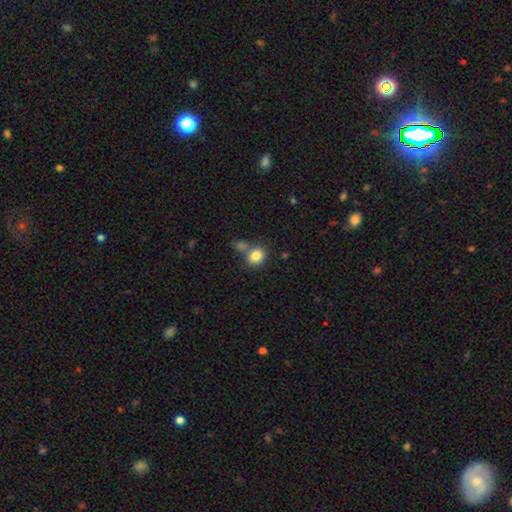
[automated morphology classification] type=smooth (83%); roundness=round (56%); merging=none (53%).